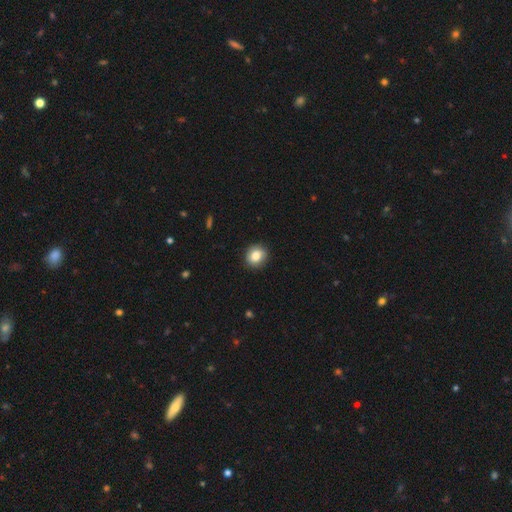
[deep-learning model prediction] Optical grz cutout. It shows a smooth galaxy with no disk features (84%) that is round (78%). Merging: none (87%).